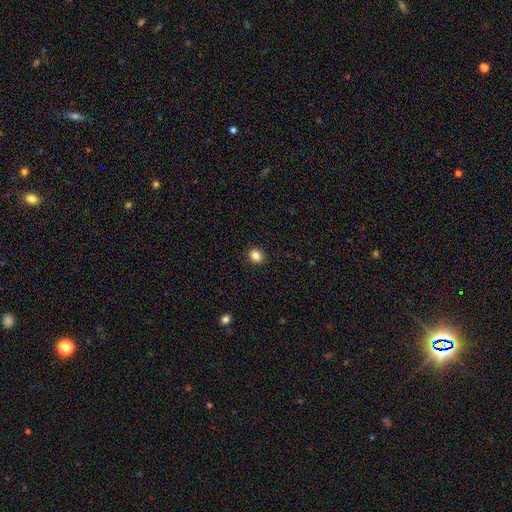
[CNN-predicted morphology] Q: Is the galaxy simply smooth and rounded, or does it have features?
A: smooth — 85%.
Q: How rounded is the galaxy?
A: round — 68%.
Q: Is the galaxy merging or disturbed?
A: none — 91%.